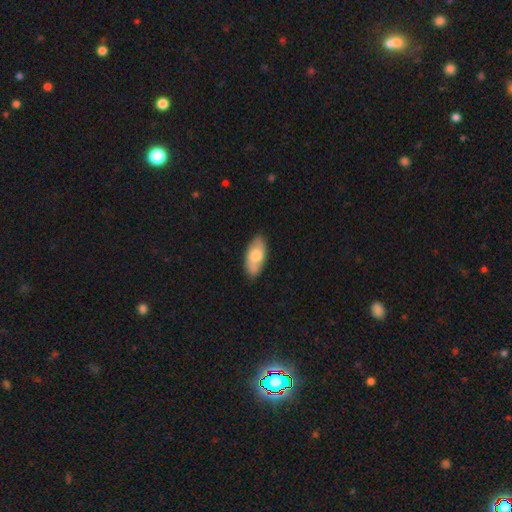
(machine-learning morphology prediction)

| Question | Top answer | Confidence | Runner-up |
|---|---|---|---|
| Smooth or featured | smooth | 66% | featured or disk (28%) |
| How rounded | in between | 90% | cigar-shaped (8%) |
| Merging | none | 82% | minor disturbance (14%) |